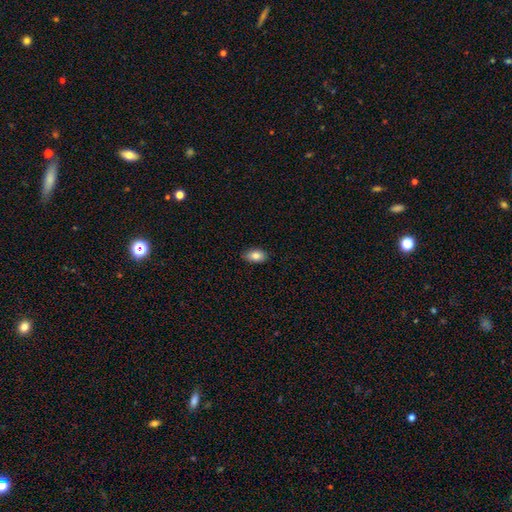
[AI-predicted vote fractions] A smooth galaxy with no disk features (83%) that is in between round and cigar-shaped (91%).

Vote fractions:
- Smooth or featured? smooth: 83% / featured or disk: 9% / star or artifact: 7%
- How rounded? in between: 91% / round: 7% / cigar-shaped: 2%
- Merging? none: 84% / minor disturbance: 13% / major disturbance: 2% / merger: 1%